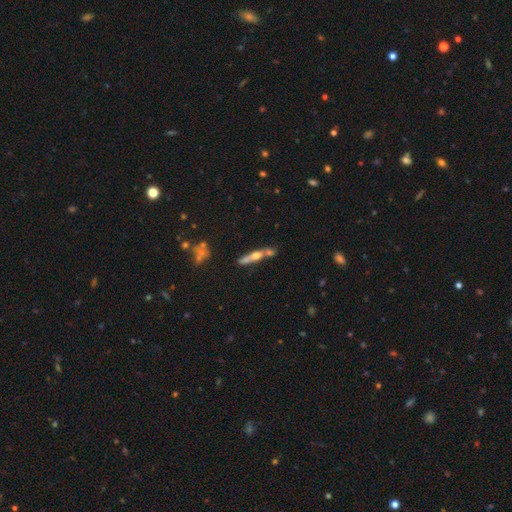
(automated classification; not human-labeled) Smooth or featured? featured or disk (58%)
Edge-on disk? yes (87%)
Edge-on bulge? rounded (88%)
Merging? none (57%)